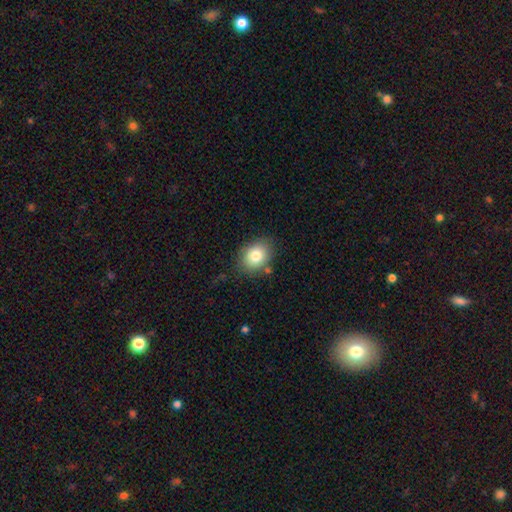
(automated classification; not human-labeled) Q: Smooth or featured?
A: smooth (81%); runner-up: featured or disk (10%)
Q: How rounded?
A: in between (60%); runner-up: round (39%)
Q: Merging?
A: none (79%); runner-up: minor disturbance (14%)